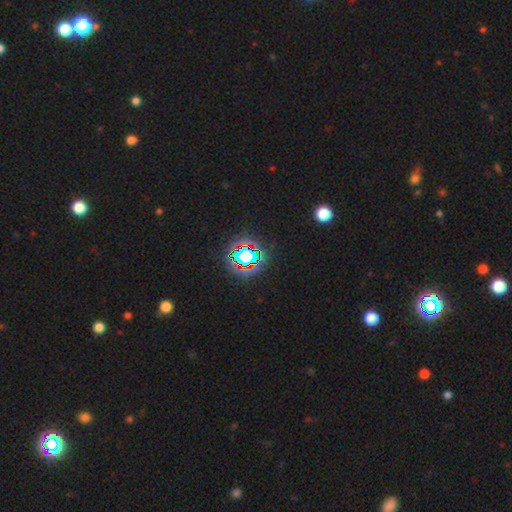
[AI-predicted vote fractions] Smooth or featured? Predicted: star or artifact (p=0.76).